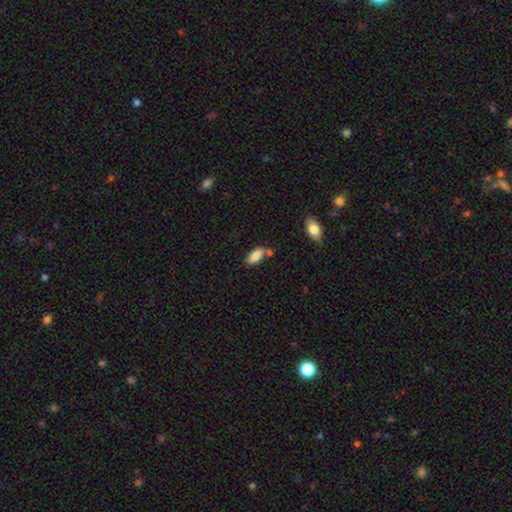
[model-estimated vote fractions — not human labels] Smooth or featured? Predicted: smooth (p=0.85). How rounded? Predicted: in between (p=0.85). Merging? Predicted: none (p=0.66).